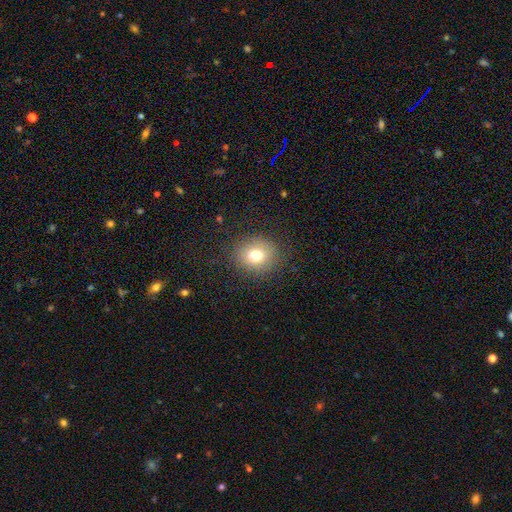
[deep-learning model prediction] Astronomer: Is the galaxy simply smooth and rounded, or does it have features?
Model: smooth — 74%.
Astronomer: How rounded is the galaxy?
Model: round — 71%.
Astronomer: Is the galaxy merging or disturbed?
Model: none — 85%.